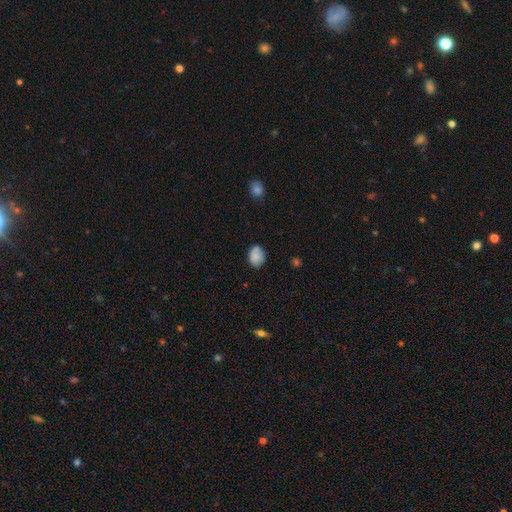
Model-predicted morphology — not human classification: smooth-or-featured: smooth: 81% | featured or disk: 11% | star or artifact: 9%
  how-rounded: in between: 60% | round: 39% | cigar-shaped: 1%
  merging: none: 69% | minor disturbance: 22% | major disturbance: 5% | merger: 4%